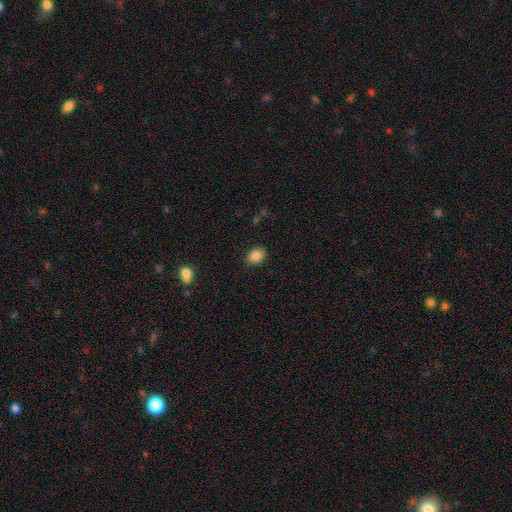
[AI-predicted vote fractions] Smooth or featured: smooth — 86% (star or artifact — 9%)
How rounded: in between — 71% (round — 28%)
Merging: none — 87% (minor disturbance — 9%)